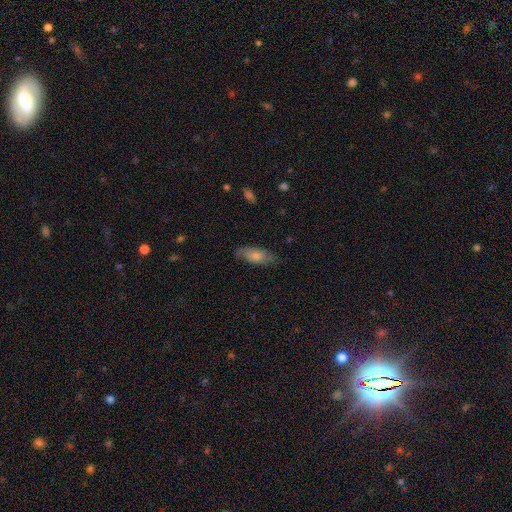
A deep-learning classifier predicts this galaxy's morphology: smooth-or-featured: smooth: 68% | featured or disk: 26% | star or artifact: 6%
  how-rounded: in between: 77% | cigar-shaped: 21% | round: 2%
  merging: none: 70% | minor disturbance: 23% | major disturbance: 6% | merger: 1%